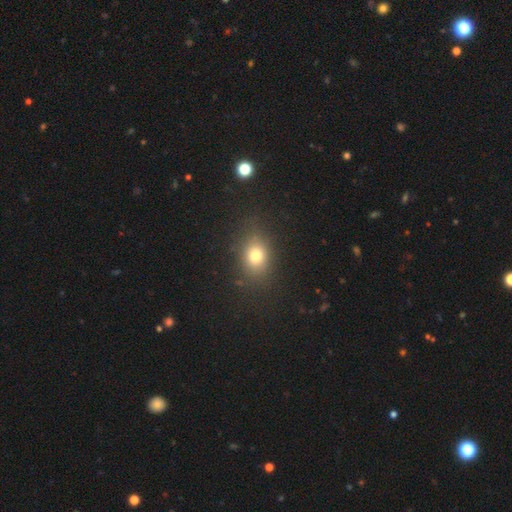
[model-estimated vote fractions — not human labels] smooth_or_featured: smooth (p=0.75) [alt: star or artifact p=0.15]
how_rounded: in between (p=0.57) [alt: round p=0.42]
merging: none (p=0.81) [alt: minor disturbance p=0.12]